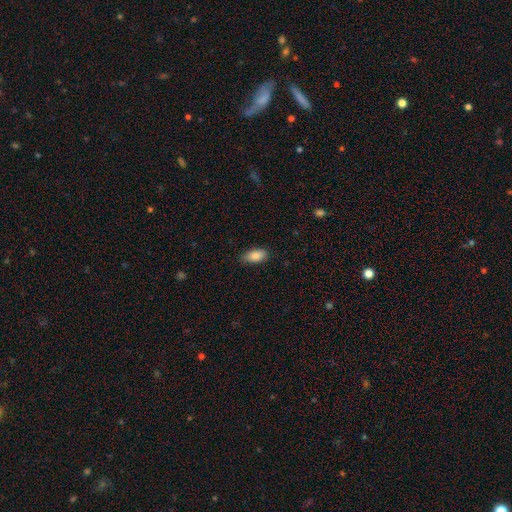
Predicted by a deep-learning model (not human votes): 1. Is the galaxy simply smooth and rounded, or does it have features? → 87% smooth, 7% star or artifact, 6% featured or disk.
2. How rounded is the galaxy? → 90% in between, 7% cigar-shaped, 3% round.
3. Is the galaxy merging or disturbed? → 82% none, 15% minor disturbance, 3% major disturbance, 1% merger.